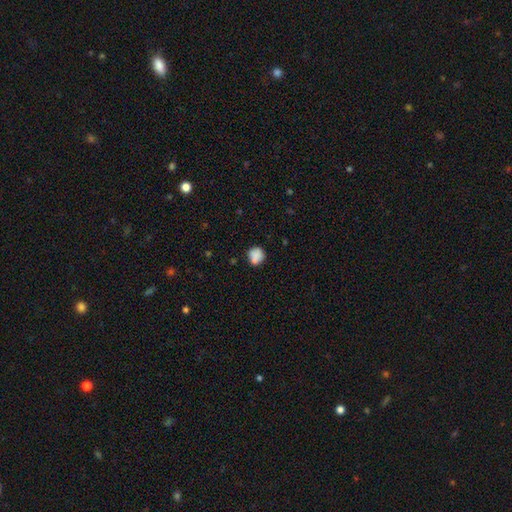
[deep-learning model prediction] This is clearly a smooth galaxy (84%). How rounded: clearly round (82%). Merging: likely none (67%).